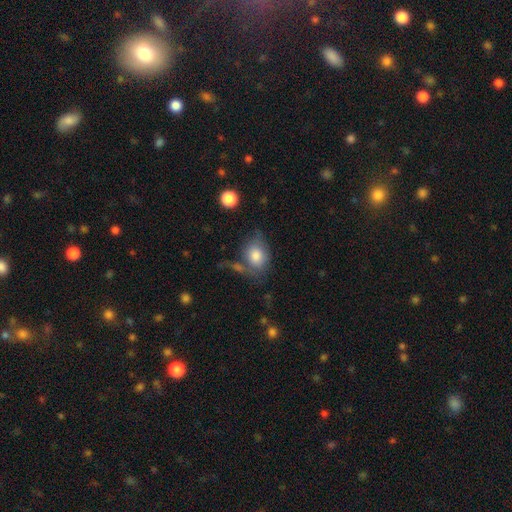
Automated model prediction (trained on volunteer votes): smooth-or-featured: smooth: 80% | featured or disk: 12% | star or artifact: 8%
  how-rounded: in between: 62% | round: 36% | cigar-shaped: 1%
  merging: none: 51% | minor disturbance: 25% | merger: 12% | major disturbance: 12%